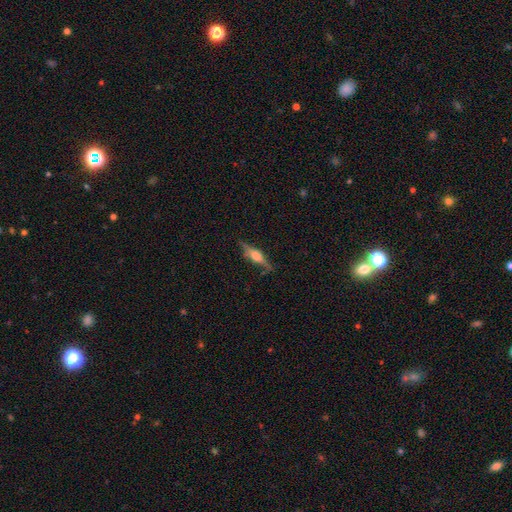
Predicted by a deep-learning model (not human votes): smooth-or-featured: featured or disk: 72% | smooth: 21% | star or artifact: 7%
  disk-edge-on: yes: 96% | no: 4%
    edge-on-bulge: rounded: 84% | boxy: 13% | none: 3%
  merging: none: 83% | minor disturbance: 13% | major disturbance: 3% | merger: 1%